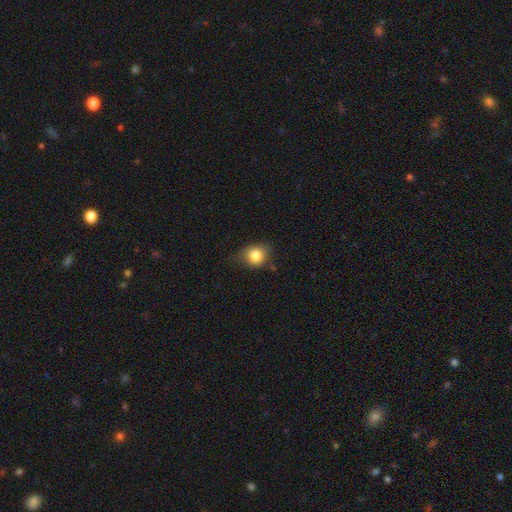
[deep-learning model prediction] smooth 81%, star or artifact 10%, featured or disk 9%. Down the decision tree: how rounded — round (71%); merging — none (63%).